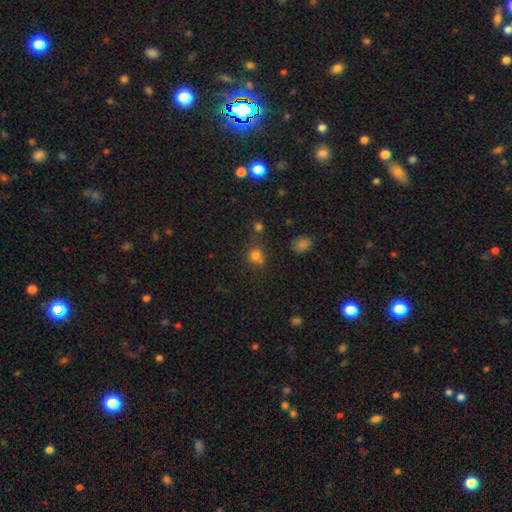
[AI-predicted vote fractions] Smooth or featured? Predicted: smooth (p=0.75). How rounded? Predicted: round (p=0.78). Merging? Predicted: none (p=0.56).